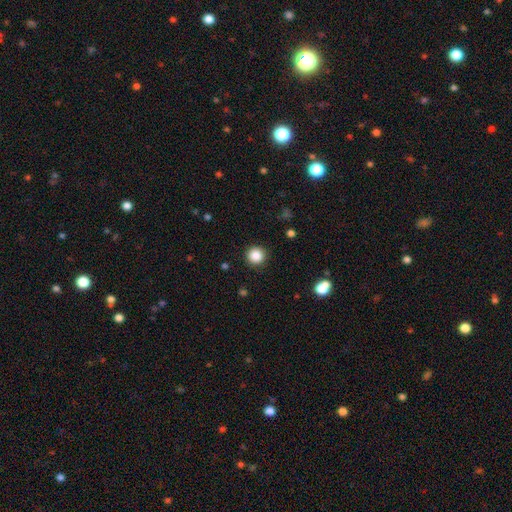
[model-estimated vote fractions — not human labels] This appears to be a smooth galaxy with no disk features (86%) that is round (95%). Merging: none (91%).